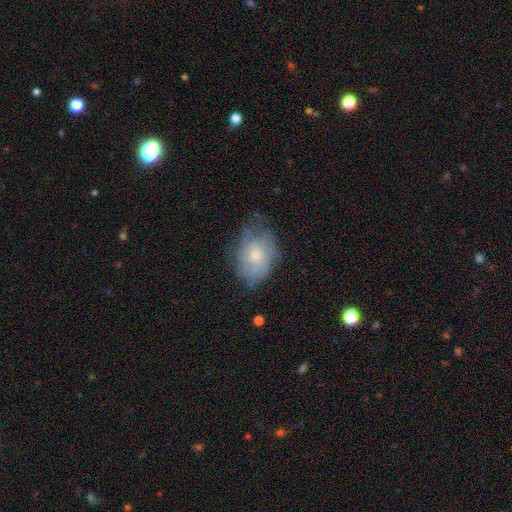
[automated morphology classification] Overall: featured or disk (55%; smooth 37%). Edge-on disk: no (96%). Bar: no (82%). Spiral arms: yes (74%). Bulge size: small (48%; moderate 47%). Merging: none (58%; minor disturbance 28%).